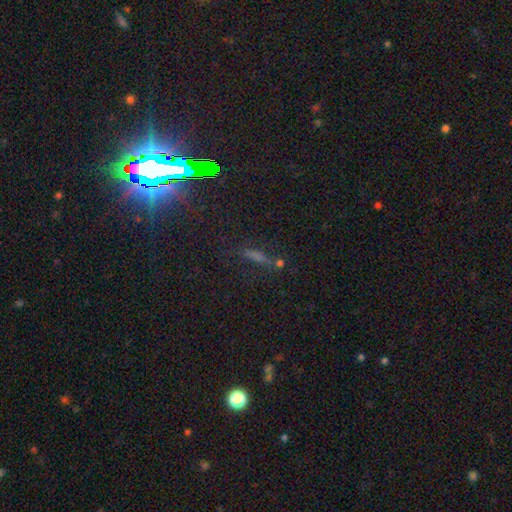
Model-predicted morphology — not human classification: A star or artifact, not a galaxy (45%).